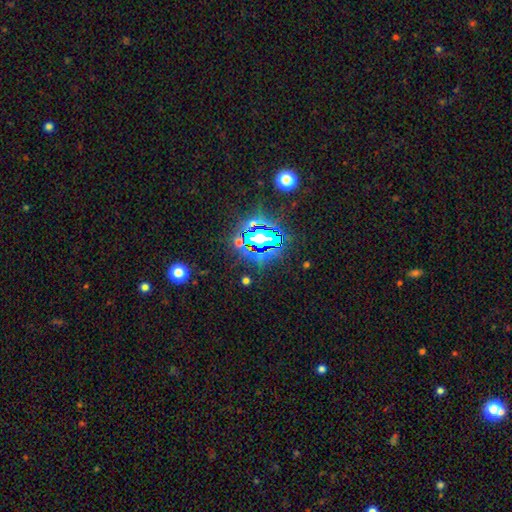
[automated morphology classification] smooth_or_featured: star or artifact (p=0.84) [alt: smooth p=0.10]